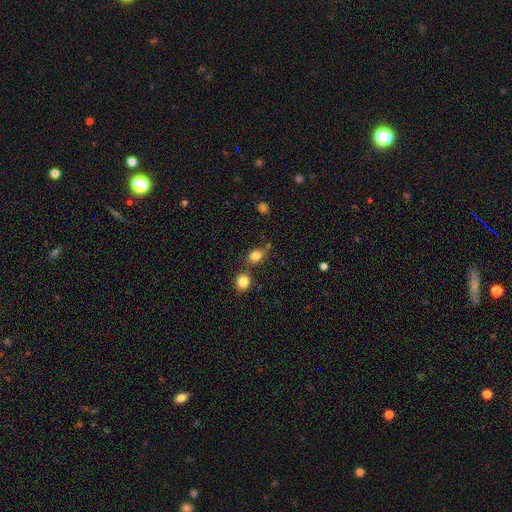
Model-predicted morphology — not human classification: Q: Smooth or featured?
A: smooth (83%); runner-up: star or artifact (11%)
Q: How rounded?
A: in between (58%); runner-up: round (40%)
Q: Merging?
A: none (64%); runner-up: merger (17%)